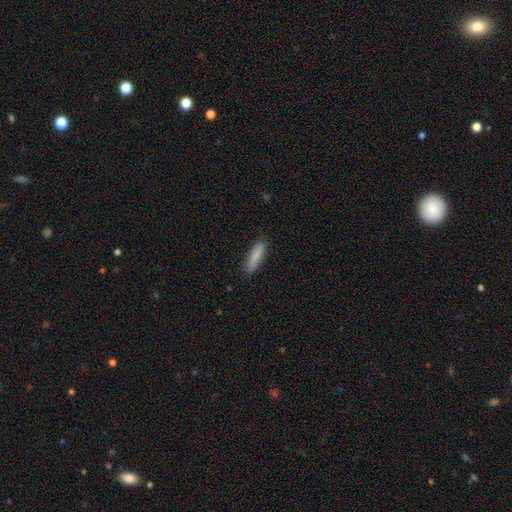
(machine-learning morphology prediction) type=smooth (87%); roundness=cigar-shaped (66%); merging=none (88%).